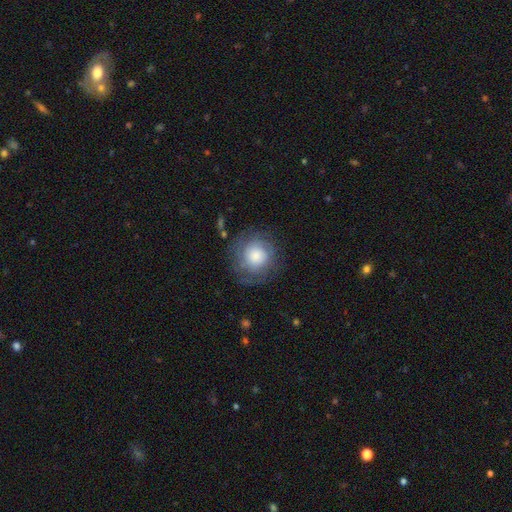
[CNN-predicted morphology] This appears to be a smooth galaxy with no disk features (47%). Merging: none (72%).